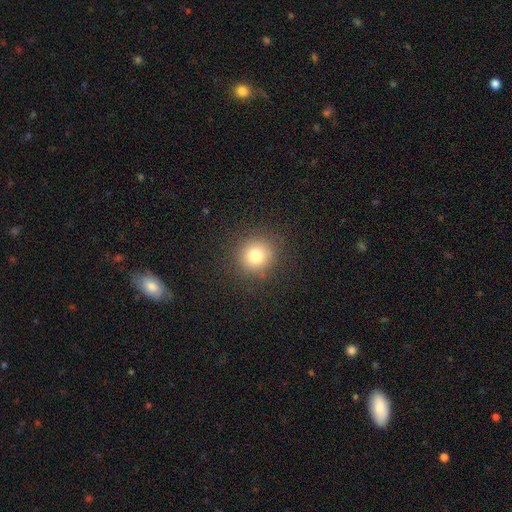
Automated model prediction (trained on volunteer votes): Morphology: type=smooth (78%); roundness=round (92%); merging=none (89%).